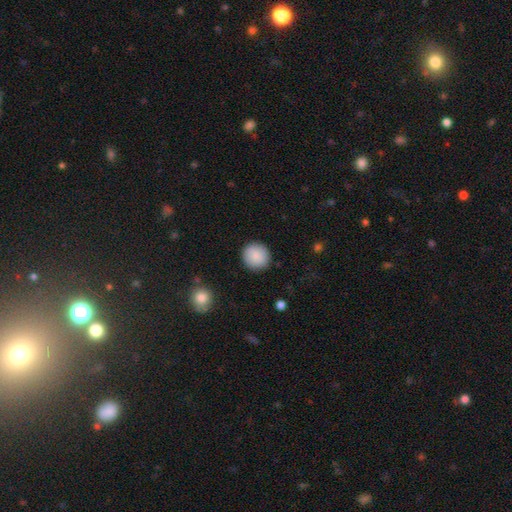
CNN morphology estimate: Smooth or featured? Predicted: smooth (p=0.88). How rounded? Predicted: round (p=0.93). Merging? Predicted: none (p=0.90).